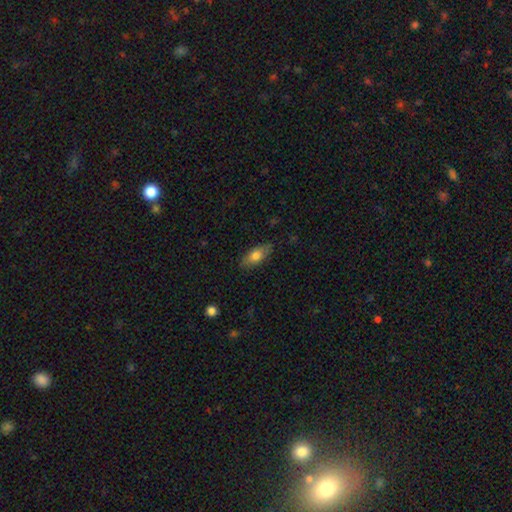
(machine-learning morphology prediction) Smooth or featured? smooth (75%)
How rounded? in between (84%)
Merging? none (81%)